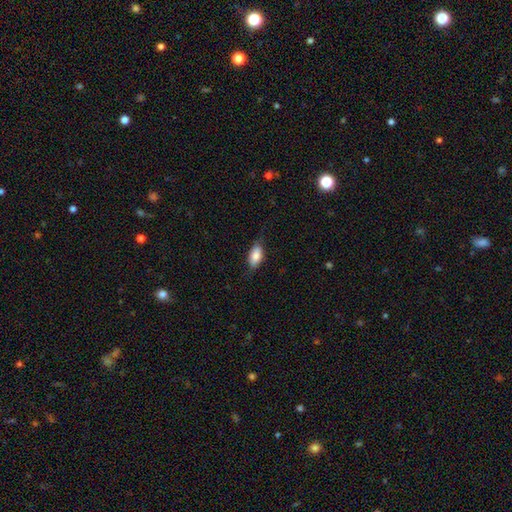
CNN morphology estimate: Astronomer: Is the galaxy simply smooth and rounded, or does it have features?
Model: smooth — 82%.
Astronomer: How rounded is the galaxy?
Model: in between — 89%.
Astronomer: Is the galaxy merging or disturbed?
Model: none — 73%.